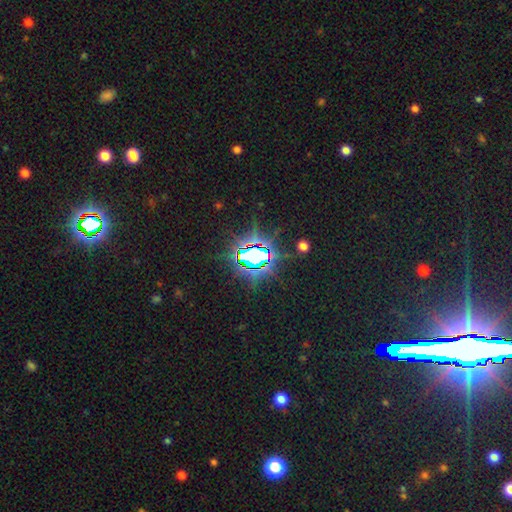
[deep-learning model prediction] The model was most divided on "smooth or featured": star or artifact: 78%, smooth: 12%, featured or disk: 10%.